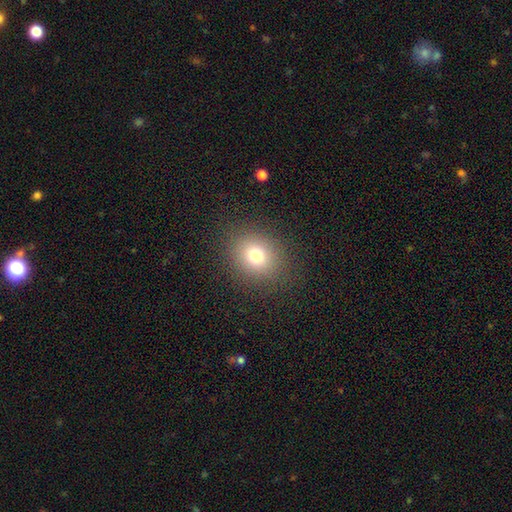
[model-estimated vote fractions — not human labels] Smooth or featured?
  - smooth: 75% *
  - star or artifact: 15%
  - featured or disk: 10%
How rounded?
  - round: 70% *
  - in between: 30%
  - cigar-shaped: 1%
Merging?
  - none: 87% *
  - minor disturbance: 8%
  - major disturbance: 4%
  - merger: 1%